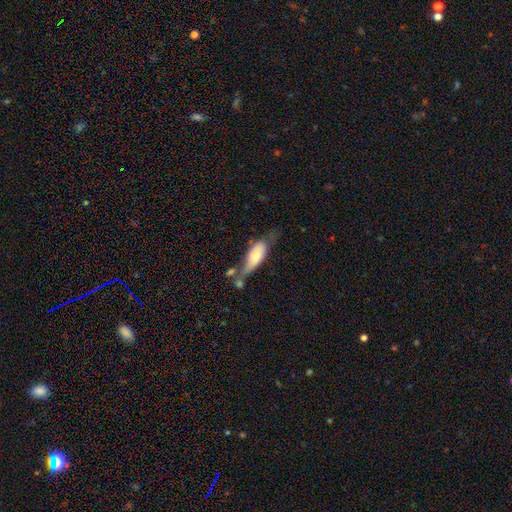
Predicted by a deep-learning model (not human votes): Smooth or featured?
  - smooth: 66% *
  - featured or disk: 28%
  - star or artifact: 6%
How rounded?
  - in between: 73% *
  - cigar-shaped: 25%
  - round: 3%
Merging?
  - none: 29% *
  - minor disturbance: 28%
  - merger: 22%
  - major disturbance: 20%